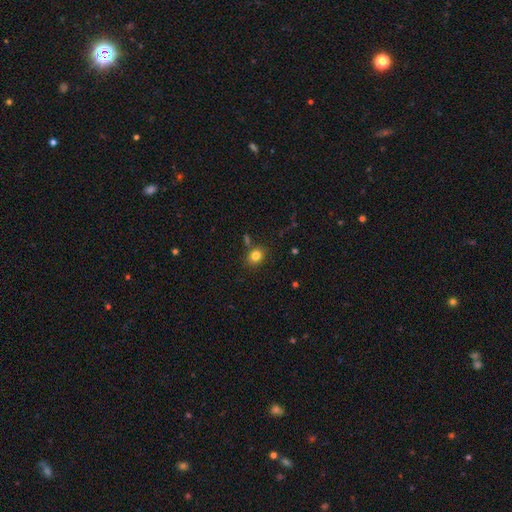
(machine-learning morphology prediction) type=smooth (81%); roundness=round (58%); merging=none (79%).